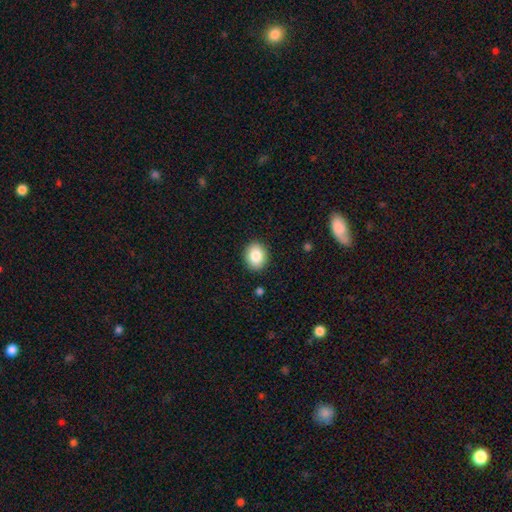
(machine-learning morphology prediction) smooth-or-featured: smooth: 84% | star or artifact: 8% | featured or disk: 7%
  how-rounded: round: 54% | in between: 45% | cigar-shaped: 1%
  merging: none: 89% | minor disturbance: 7% | major disturbance: 2% | merger: 1%